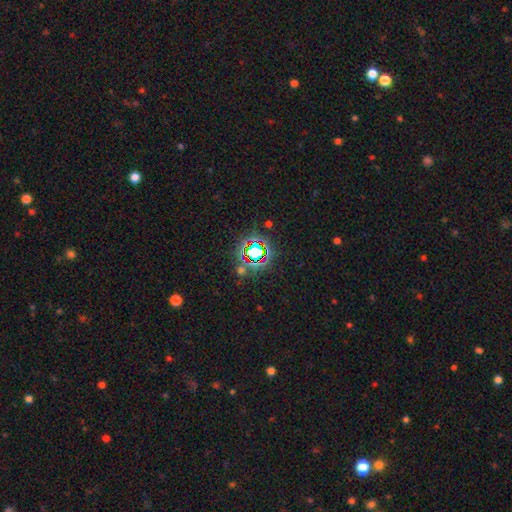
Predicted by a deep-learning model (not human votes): This appears to be a star or artifact, not a galaxy (72%).